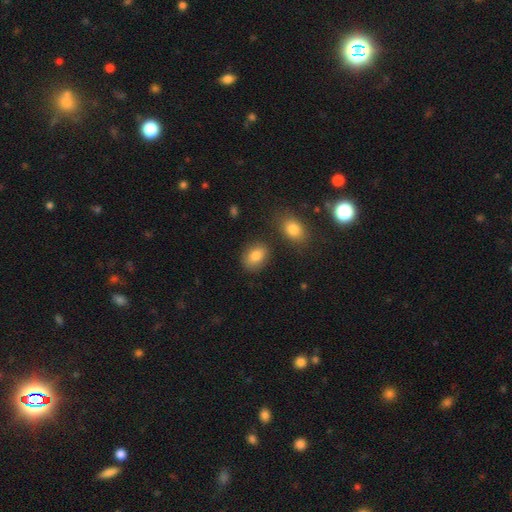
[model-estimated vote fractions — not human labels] Smooth or featured: smooth — 82% (featured or disk — 10%)
How rounded: in between — 75% (round — 24%)
Merging: none — 80% (minor disturbance — 12%)